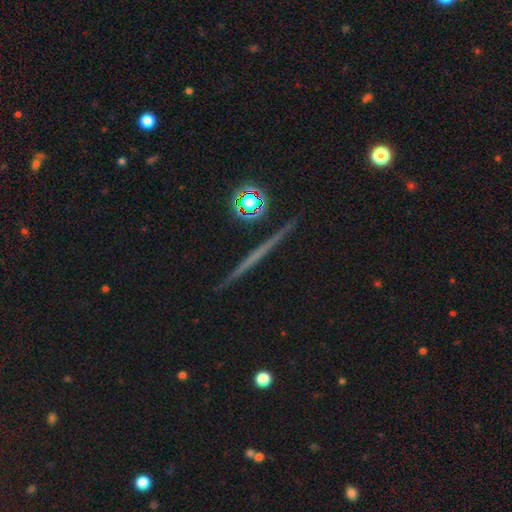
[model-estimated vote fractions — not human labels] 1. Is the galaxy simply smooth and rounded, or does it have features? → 54% featured or disk, 28% smooth, 17% star or artifact.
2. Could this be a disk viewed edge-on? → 96% yes, 4% no.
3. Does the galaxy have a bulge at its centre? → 85% none, 11% rounded, 4% boxy.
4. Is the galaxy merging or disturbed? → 91% none, 6% minor disturbance, 2% merger, 2% major disturbance.